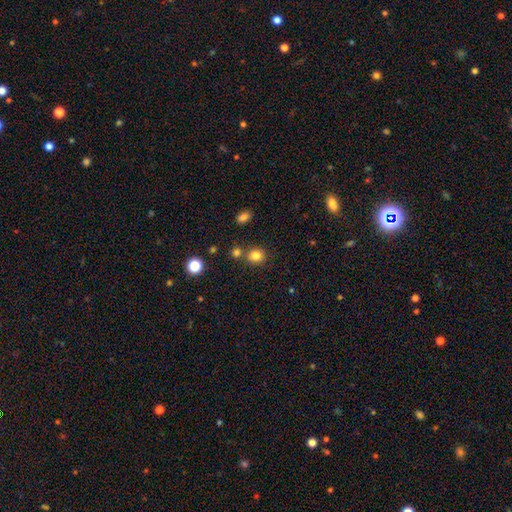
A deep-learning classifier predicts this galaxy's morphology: Q: Smooth or featured?
A: smooth (81%); runner-up: star or artifact (13%)
Q: How rounded?
A: round (81%); runner-up: in between (18%)
Q: Merging?
A: none (74%); runner-up: merger (14%)